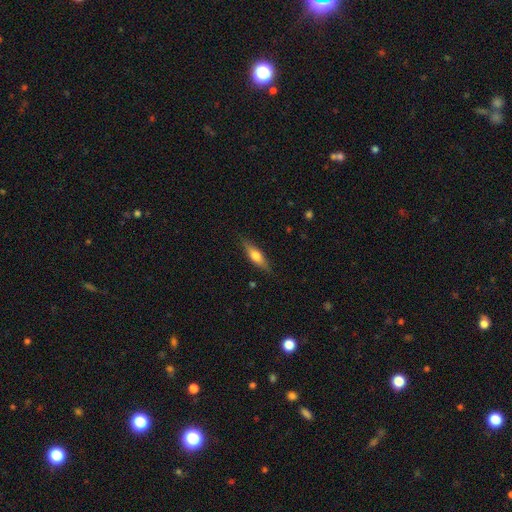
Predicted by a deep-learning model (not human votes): A smooth galaxy with no disk features (57%) that is cigar-shaped (59%).

Vote fractions:
- Smooth or featured? smooth: 57% / featured or disk: 37% / star or artifact: 6%
- How rounded? cigar-shaped: 59% / in between: 39% / round: 3%
- Merging? none: 85% / minor disturbance: 12% / major disturbance: 2% / merger: 1%